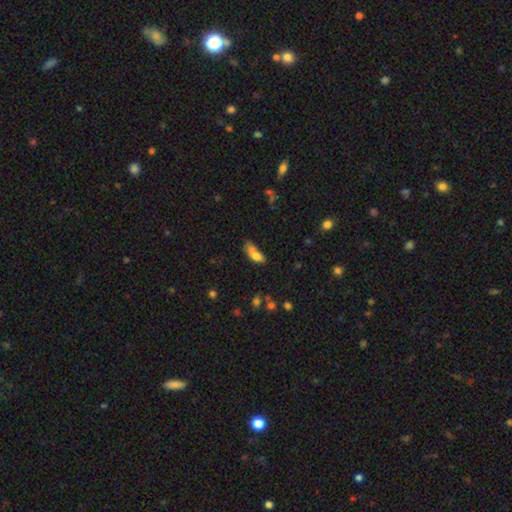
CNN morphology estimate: Smooth or featured? smooth (70%)
How rounded? in between (75%)
Merging? merger (52%)